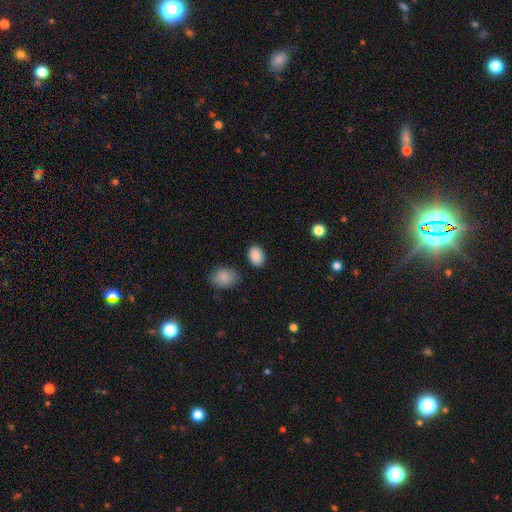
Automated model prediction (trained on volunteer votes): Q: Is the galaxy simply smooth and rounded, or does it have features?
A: smooth — 89%.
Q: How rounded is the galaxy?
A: in between — 77%.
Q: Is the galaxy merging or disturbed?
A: none — 83%.